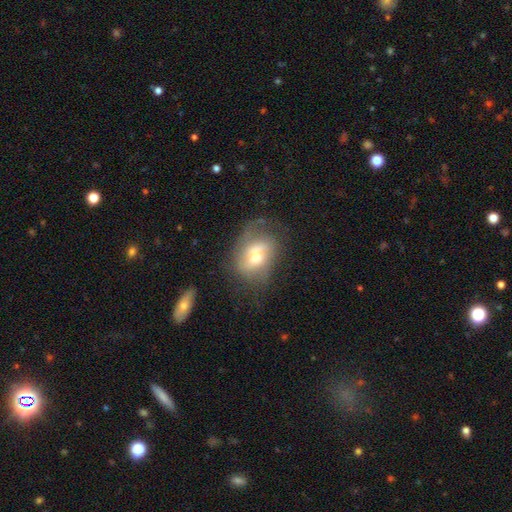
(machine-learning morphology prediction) Smooth or featured? featured or disk (50%)
Edge-on disk? no (91%)
Merging? none (49%)